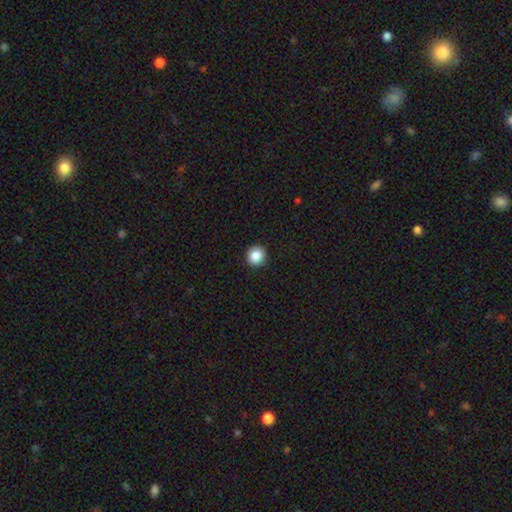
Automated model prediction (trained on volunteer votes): The model was most divided on "smooth or featured": smooth: 87%, star or artifact: 9%, featured or disk: 4%. More confident: merging — none (92%); how rounded — round (92%).